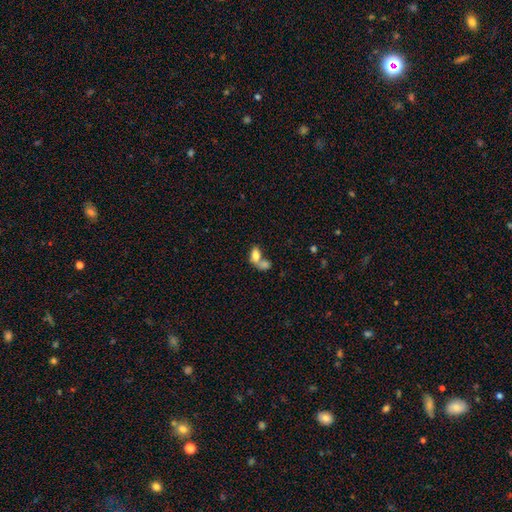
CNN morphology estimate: A smooth galaxy with no disk features (76%) that is in between round and cigar-shaped (86%). Merging: merger (68%).